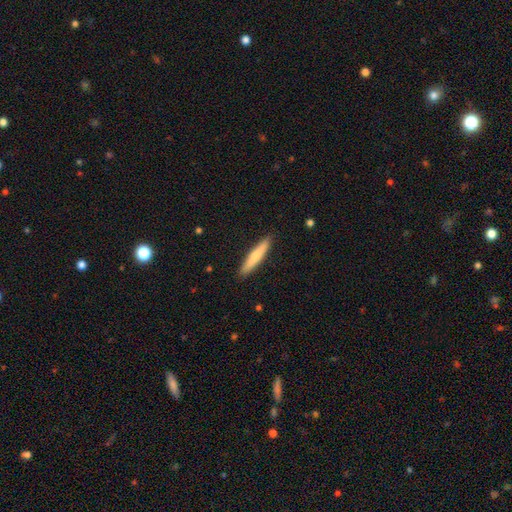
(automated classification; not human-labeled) smooth 66%, featured or disk 28%, star or artifact 5%. Down the decision tree: how rounded — cigar-shaped (91%); merging — none (90%).